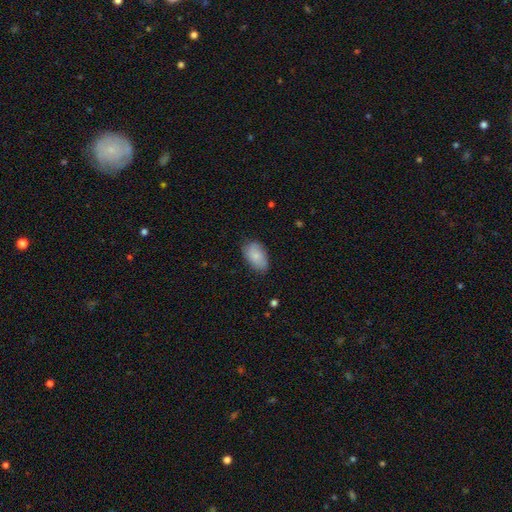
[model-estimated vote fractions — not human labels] A smooth galaxy with no disk features (81%) that is in between round and cigar-shaped (93%).

Vote fractions:
- Smooth or featured? smooth: 81% / featured or disk: 12% / star or artifact: 6%
- How rounded? in between: 93% / round: 6% / cigar-shaped: 2%
- Merging? none: 73% / minor disturbance: 22% / major disturbance: 4% / merger: 1%